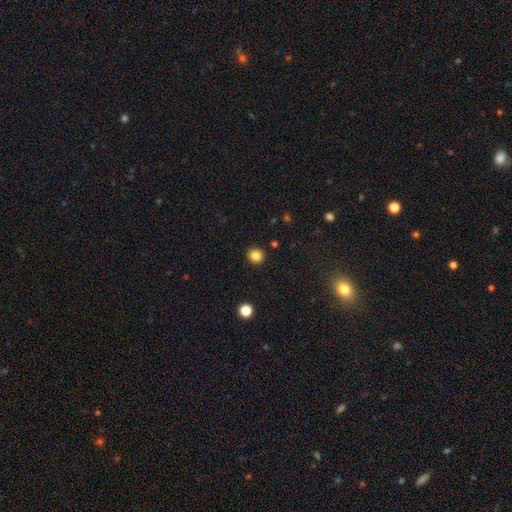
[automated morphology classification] Smooth or featured: smooth — 84% (star or artifact — 12%)
How rounded: round — 87% (in between — 12%)
Merging: none — 91% (minor disturbance — 6%)